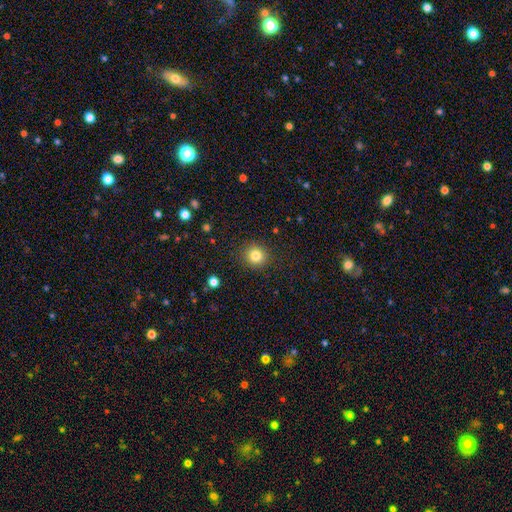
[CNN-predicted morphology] Overall: smooth (83%). How rounded: round (92%). Merging: none (91%).